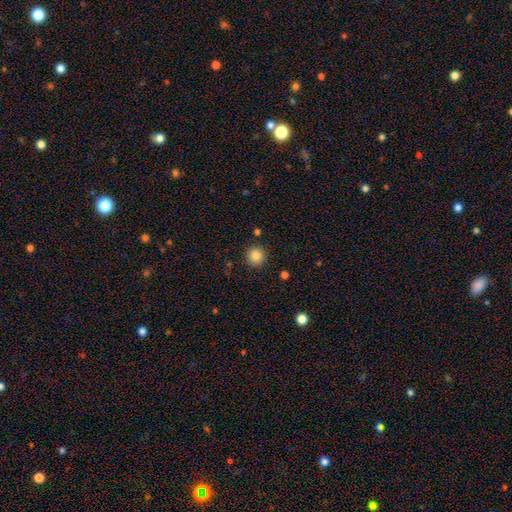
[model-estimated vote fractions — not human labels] Smooth or featured: smooth — 86% (star or artifact — 10%)
How rounded: round — 94% (in between — 5%)
Merging: none — 91% (minor disturbance — 6%)